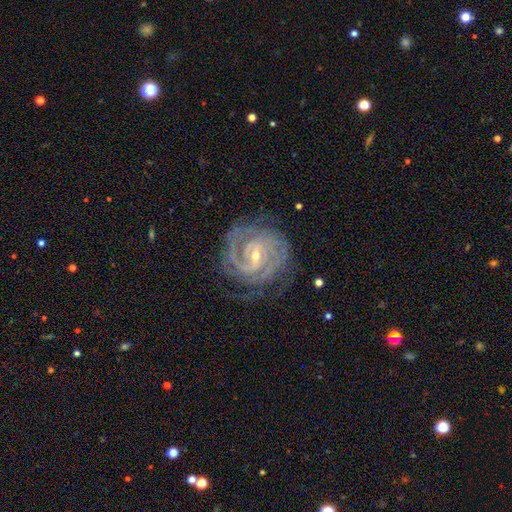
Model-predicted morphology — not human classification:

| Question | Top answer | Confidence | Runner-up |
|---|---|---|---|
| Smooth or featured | featured or disk | 92% | star or artifact (5%) |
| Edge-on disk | no | 97% | yes (3%) |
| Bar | weak | 46% | no (29%) |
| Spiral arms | yes | 98% | no (2%) |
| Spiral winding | tight | 75% | medium (22%) |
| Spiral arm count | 2 | 31% | 3 (24%) |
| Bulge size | small | 65% | moderate (33%) |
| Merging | none | 73% | minor disturbance (17%) |